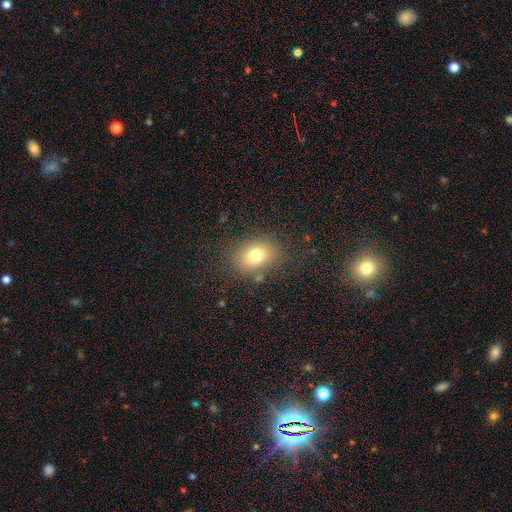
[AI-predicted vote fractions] Morphology: type=smooth (75%); roundness=in between (65%); merging=none (80%).